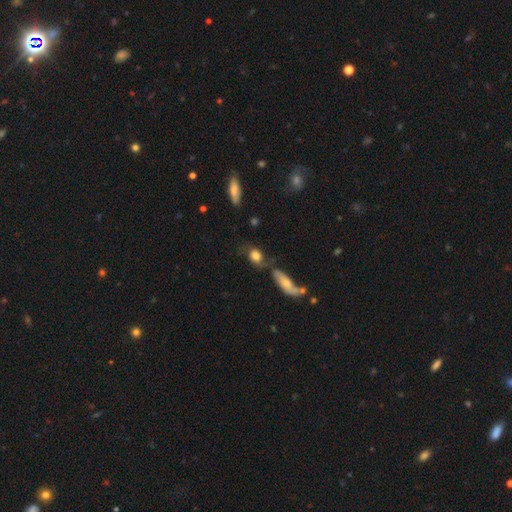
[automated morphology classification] smooth_or_featured: smooth (p=0.66) [alt: featured or disk p=0.24]
how_rounded: in between (p=0.51) [alt: round p=0.43]
merging: none (p=0.44) [alt: merger p=0.24]